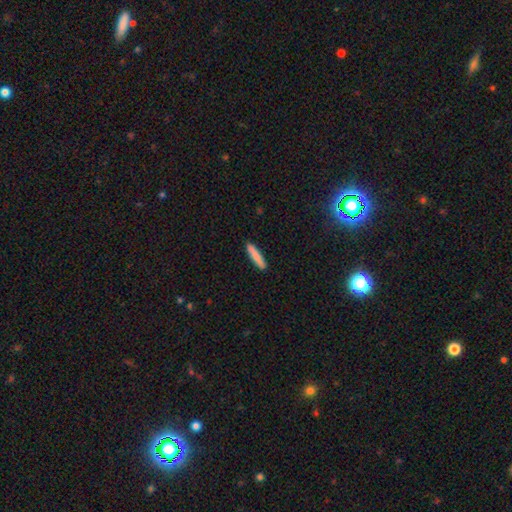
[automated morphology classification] Smooth or featured? Predicted: smooth (p=0.84). How rounded? Predicted: cigar-shaped (p=0.90). Merging? Predicted: none (p=0.91).